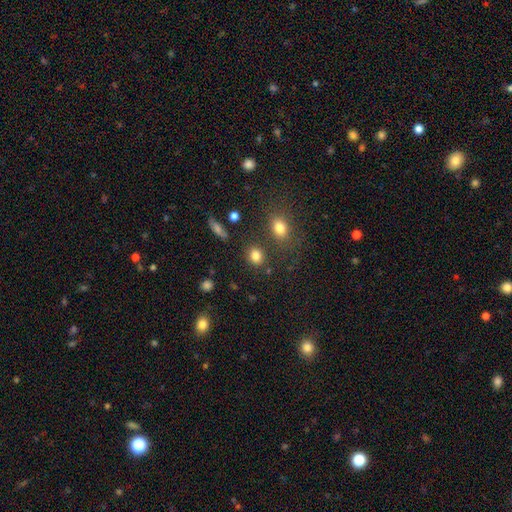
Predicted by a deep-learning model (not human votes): This is clearly a smooth galaxy (83%). How rounded: likely round (61%). Merging: likely none (79%).